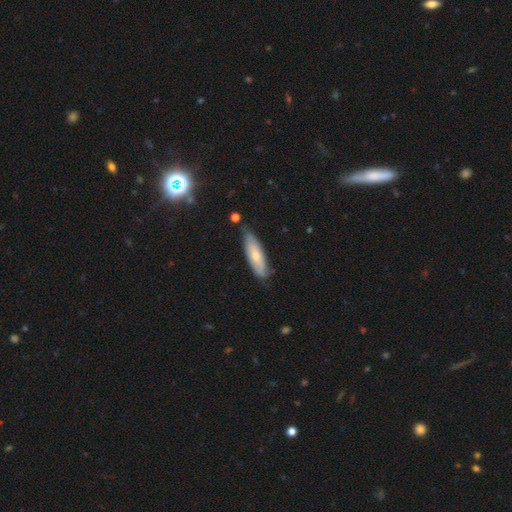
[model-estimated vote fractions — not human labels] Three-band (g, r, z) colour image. It shows a smooth galaxy with no disk features (61%) that is cigar-shaped (52%). Merging: none (66%).